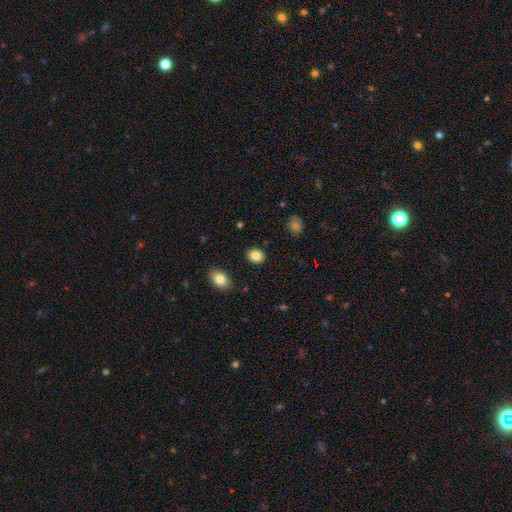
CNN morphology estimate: A smooth galaxy with no disk features (84%) that is round (50%). Merging: none (89%).